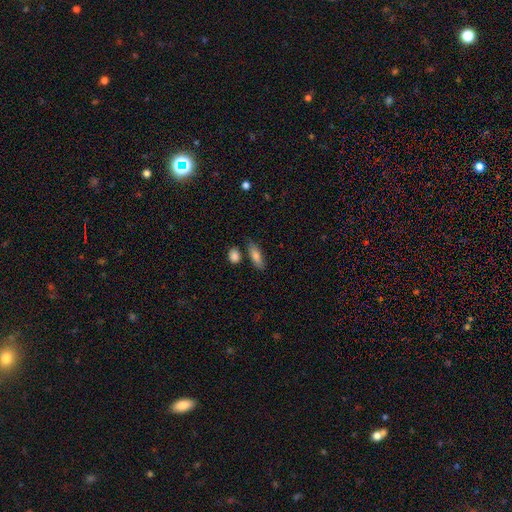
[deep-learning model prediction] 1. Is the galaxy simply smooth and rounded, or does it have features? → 78% smooth, 15% featured or disk, 7% star or artifact.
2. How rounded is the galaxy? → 56% in between, 41% cigar-shaped, 4% round.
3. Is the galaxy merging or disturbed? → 76% none, 13% minor disturbance, 8% merger, 3% major disturbance.